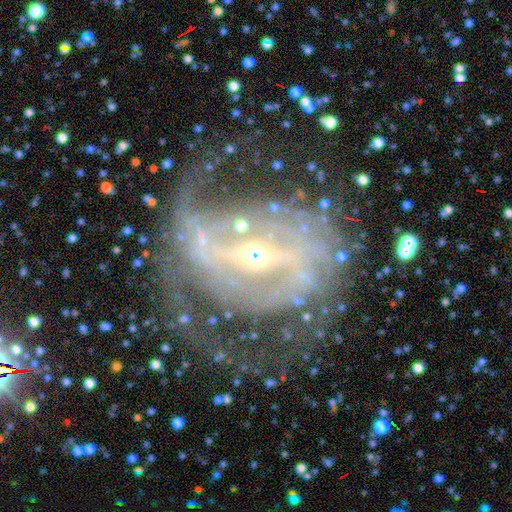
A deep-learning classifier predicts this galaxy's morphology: A featured or disk galaxy (86%) with a strong bar (56%), 2 (70%) medium (41%) spiral arms (82%) and a small central bulge (62%).

Vote fractions:
- Smooth or featured? featured or disk: 86% / star or artifact: 8% / smooth: 7%
- Edge-on disk? no: 95% / yes: 5%
- Bar? strong: 56% / weak: 29% / no: 15%
- Spiral arms? yes: 82% / no: 18%
- Spiral winding? medium: 41% / loose: 32% / tight: 26%
- Spiral arm count? 2: 70% / can't tell: 13% / 3: 5% / 1: 5% / 4: 3% / more than 4: 3%
- Bulge size? small: 62% / moderate: 32% / large: 2% / none: 2% / dominant: 1%
- Merging? none: 50% / major disturbance: 26% / minor disturbance: 20% / merger: 5%